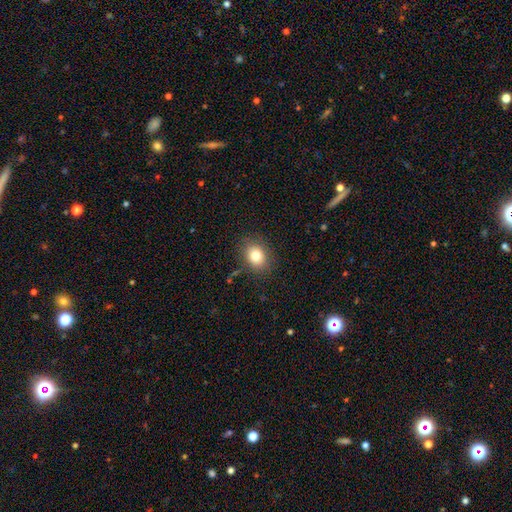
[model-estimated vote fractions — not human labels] smooth_or_featured: smooth (p=0.80) [alt: star or artifact p=0.11]
how_rounded: round (p=0.53) [alt: in between p=0.46]
merging: none (p=0.85) [alt: minor disturbance p=0.10]